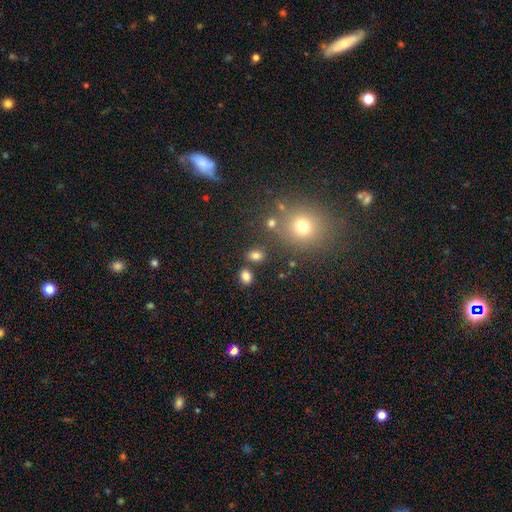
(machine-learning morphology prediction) Smooth or featured? smooth (80%)
How rounded? in between (62%)
Merging? none (79%)